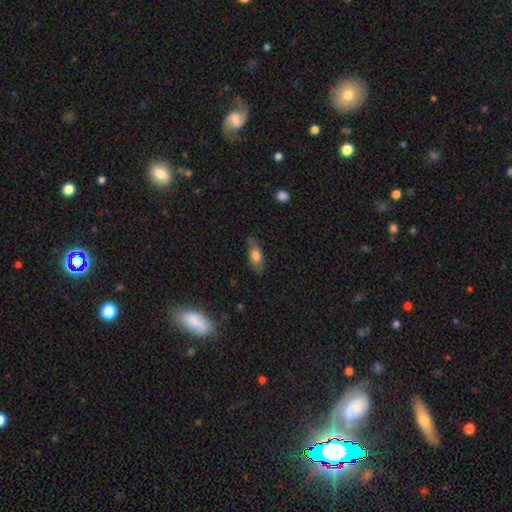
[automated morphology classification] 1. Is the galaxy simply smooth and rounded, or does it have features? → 71% smooth, 22% featured or disk, 8% star or artifact.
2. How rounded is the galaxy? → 74% in between, 21% cigar-shaped, 4% round.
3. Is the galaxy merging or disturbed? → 74% none, 20% minor disturbance, 5% major disturbance, 1% merger.